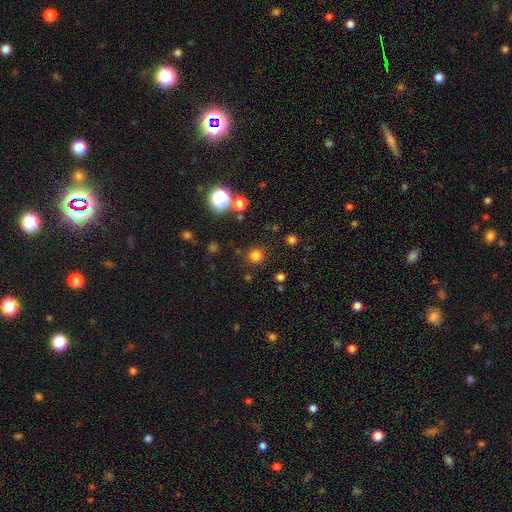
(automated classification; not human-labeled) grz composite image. It shows a smooth galaxy with no disk features (77%) that is round (92%). Merging: none (86%).